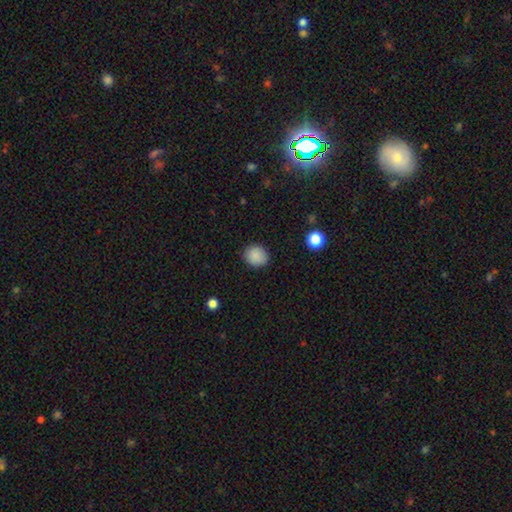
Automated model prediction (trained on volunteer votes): smooth-or-featured: smooth: 87% | star or artifact: 9% | featured or disk: 3%
  how-rounded: round: 80% | in between: 19% | cigar-shaped: 1%
  merging: none: 88% | minor disturbance: 9% | major disturbance: 2% | merger: 1%